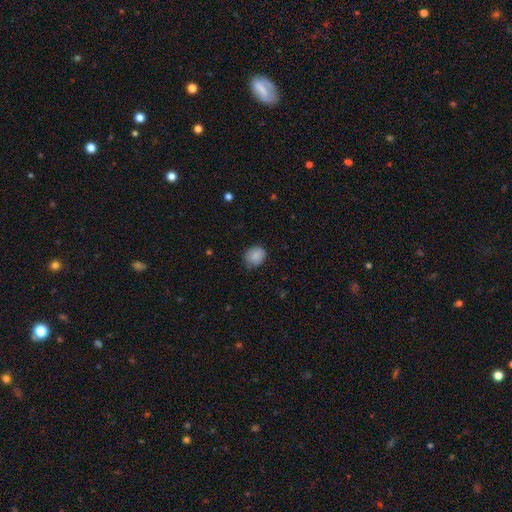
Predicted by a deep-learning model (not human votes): Smooth or featured? Predicted: smooth (p=0.87). How rounded? Predicted: round (p=0.61). Merging? Predicted: none (p=0.72).